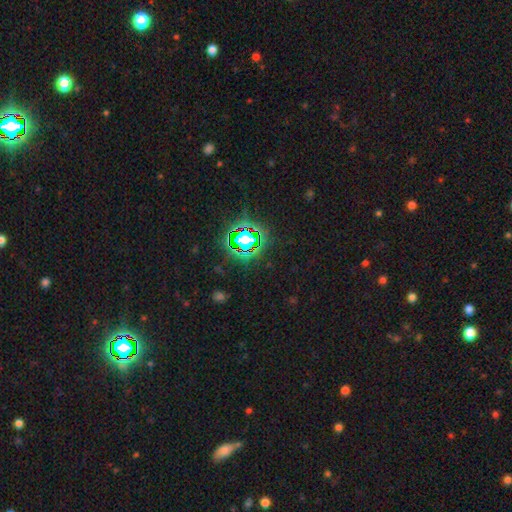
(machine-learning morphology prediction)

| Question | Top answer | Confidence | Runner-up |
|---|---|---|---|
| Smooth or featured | star or artifact | 80% | smooth (12%) |